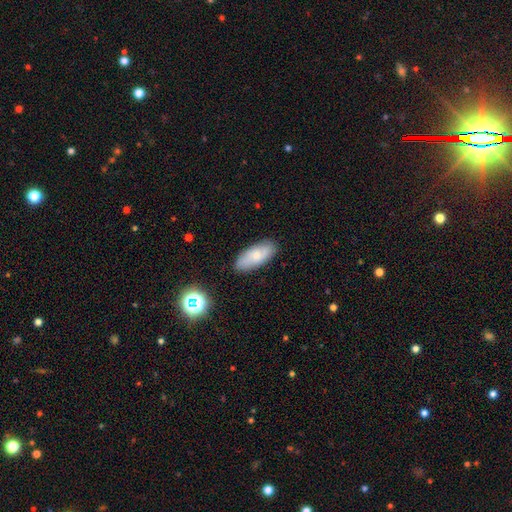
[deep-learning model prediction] Smooth or featured?
  - smooth: 69% *
  - featured or disk: 24%
  - star or artifact: 8%
How rounded?
  - in between: 83% *
  - cigar-shaped: 14%
  - round: 3%
Merging?
  - none: 84% *
  - minor disturbance: 12%
  - major disturbance: 2%
  - merger: 2%